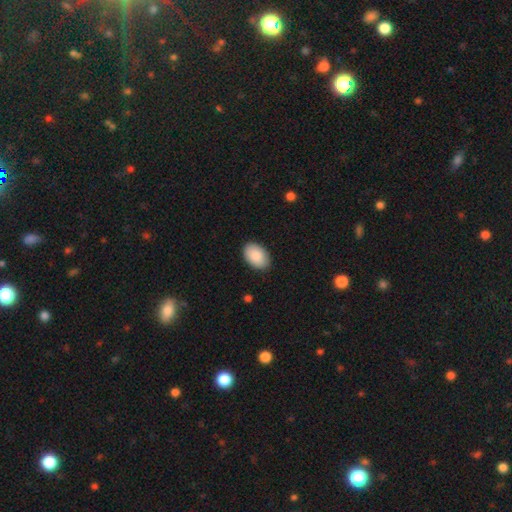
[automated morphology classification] Smooth or featured? Predicted: smooth (p=0.88). How rounded? Predicted: in between (p=0.91). Merging? Predicted: none (p=0.88).